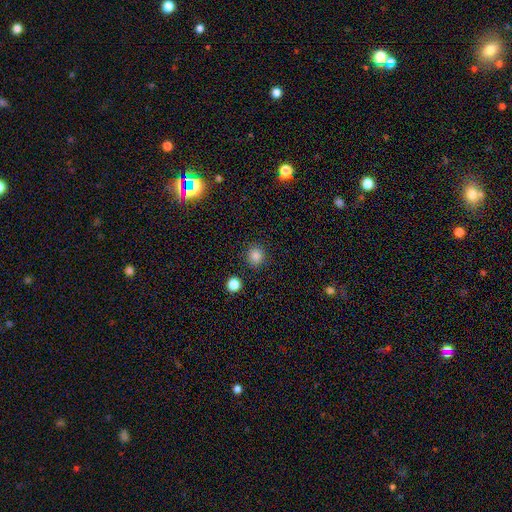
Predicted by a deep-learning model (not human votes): Smooth or featured?
  - smooth: 84% *
  - star or artifact: 12%
  - featured or disk: 4%
How rounded?
  - round: 88% *
  - in between: 11%
  - cigar-shaped: 1%
Merging?
  - none: 90% *
  - minor disturbance: 6%
  - major disturbance: 2%
  - merger: 2%